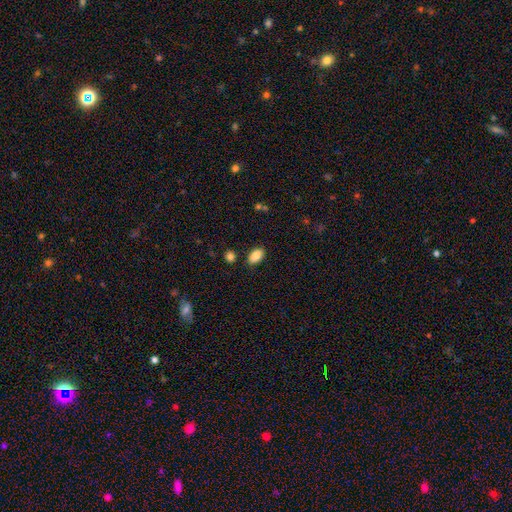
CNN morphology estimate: Smooth or featured: smooth — 87% (star or artifact — 8%)
How rounded: in between — 92% (round — 6%)
Merging: none — 84% (minor disturbance — 11%)